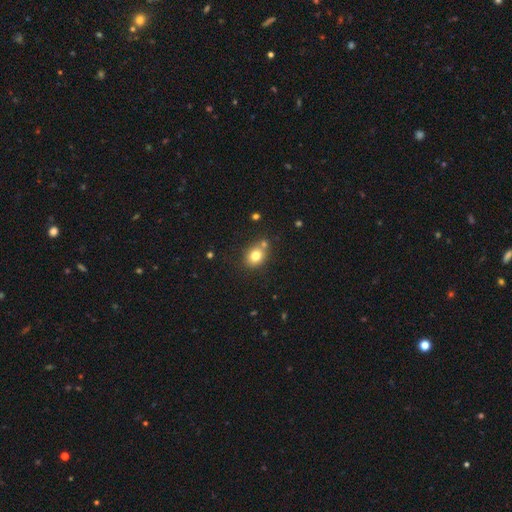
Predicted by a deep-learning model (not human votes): Q: Smooth or featured?
A: smooth (78%); runner-up: star or artifact (12%)
Q: How rounded?
A: round (60%); runner-up: in between (39%)
Q: Merging?
A: none (67%); runner-up: merger (17%)